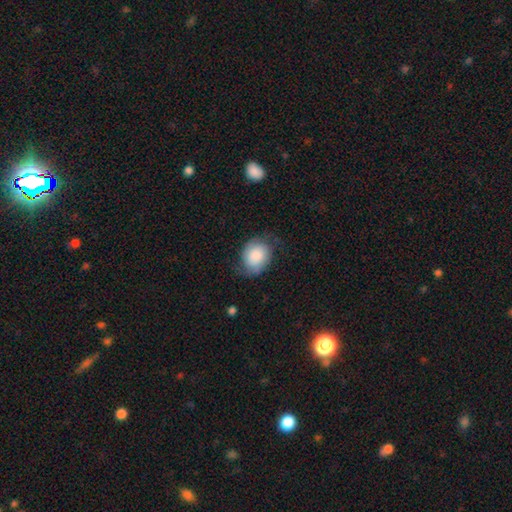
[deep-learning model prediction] Smooth or featured? smooth (60%)
How rounded? in between (50%)
Merging? none (62%)